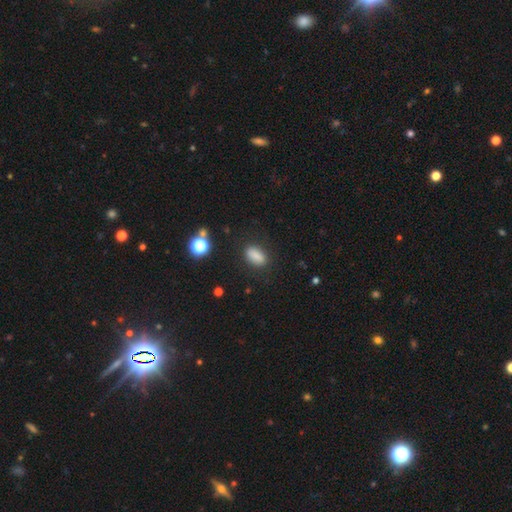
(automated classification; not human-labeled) Smooth or featured: smooth — 83% (star or artifact — 11%)
How rounded: in between — 85% (round — 8%)
Merging: none — 83% (minor disturbance — 11%)